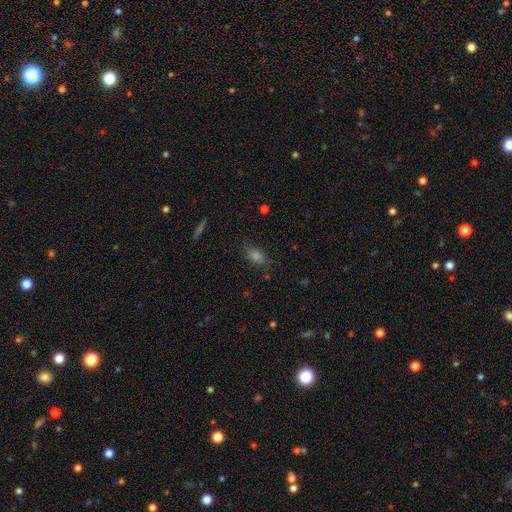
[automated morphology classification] type=smooth (74%); roundness=in between (76%); merging=none (81%).